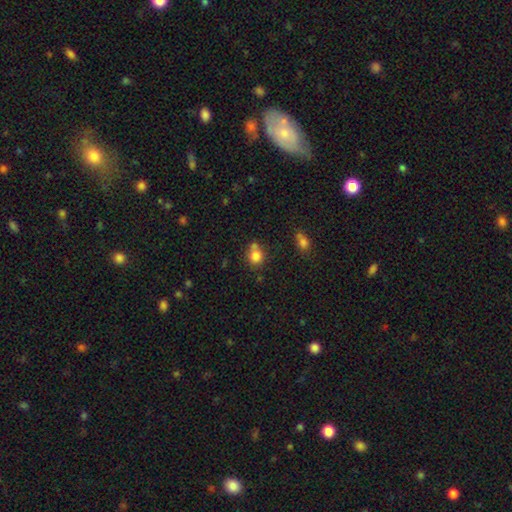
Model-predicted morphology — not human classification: Smooth or featured?
  - smooth: 81% *
  - star or artifact: 11%
  - featured or disk: 8%
How rounded?
  - round: 78% *
  - in between: 21%
  - cigar-shaped: 1%
Merging?
  - none: 56% *
  - merger: 26%
  - minor disturbance: 14%
  - major disturbance: 5%